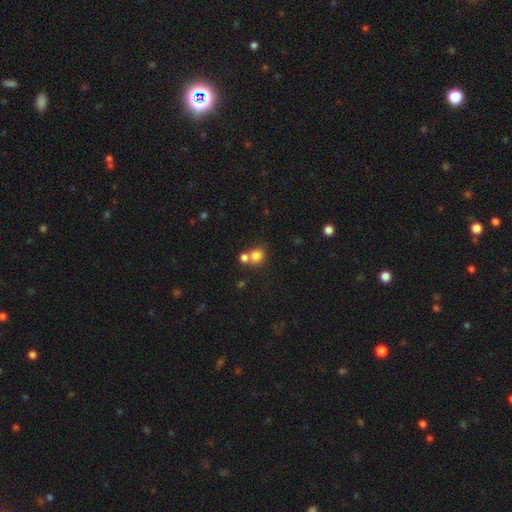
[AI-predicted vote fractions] Overall: smooth (80%). How rounded: round (84%). Merging: none (49%; merger 41%).